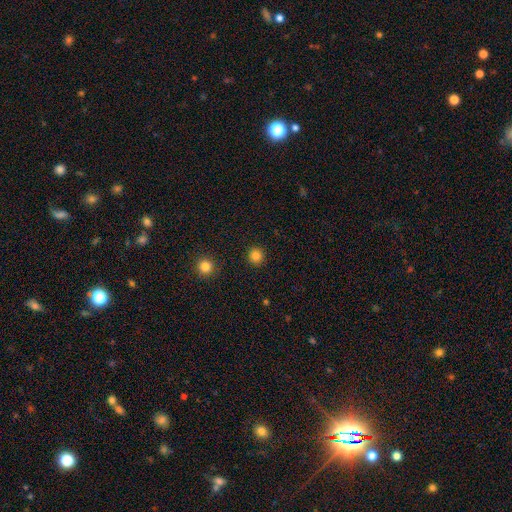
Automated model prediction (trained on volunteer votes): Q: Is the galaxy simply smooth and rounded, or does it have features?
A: smooth — 83%.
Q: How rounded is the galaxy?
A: round — 93%.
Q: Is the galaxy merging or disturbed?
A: none — 92%.